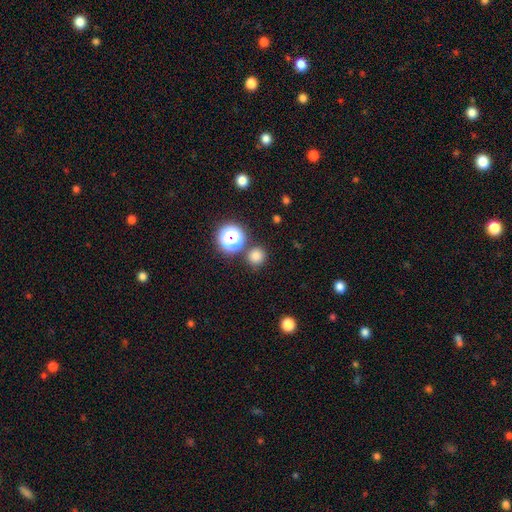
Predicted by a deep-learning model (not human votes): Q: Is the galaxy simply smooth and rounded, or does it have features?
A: smooth — 76%.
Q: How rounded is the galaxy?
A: round — 93%.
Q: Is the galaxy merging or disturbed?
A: none — 83%.